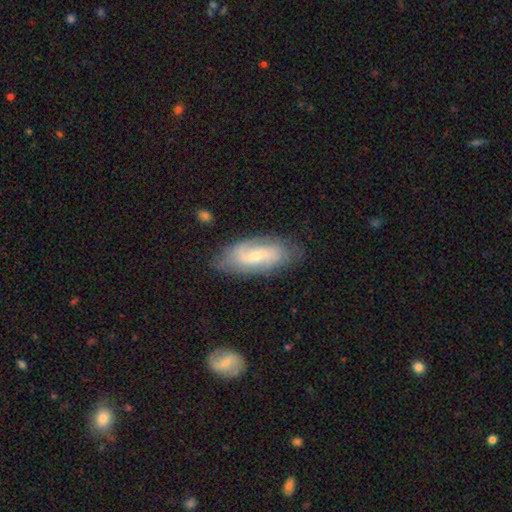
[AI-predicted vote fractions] A featured or disk galaxy (69%) with no bar (46%), 2 (62%) medium (41%) spiral arms (88%) and a small central bulge (67%). Merging: none (76%).